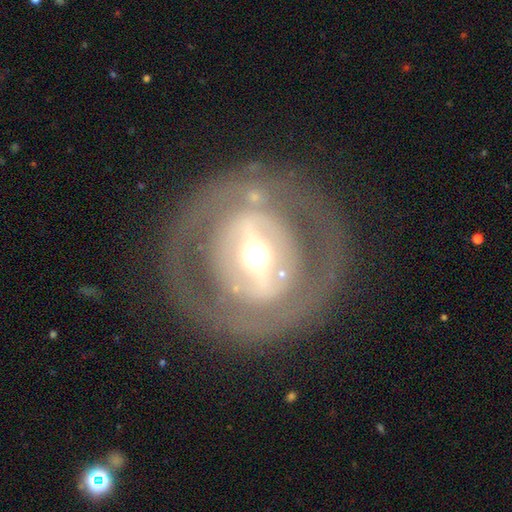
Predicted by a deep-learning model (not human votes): A featured or disk galaxy (74%) with a strong bar (57%), no spiral arms (77%) and a moderate central bulge (61%).

Vote fractions:
- Smooth or featured? featured or disk: 74% / smooth: 20% / star or artifact: 6%
- Edge-on disk? no: 89% / yes: 11%
- Bar? strong: 57% / weak: 25% / no: 18%
- Spiral arms? no: 77% / yes: 23%
- Bulge size? moderate: 61% / small: 25% / large: 11% / dominant: 2% / none: 1%
- Merging? none: 79% / minor disturbance: 10% / major disturbance: 9% / merger: 2%